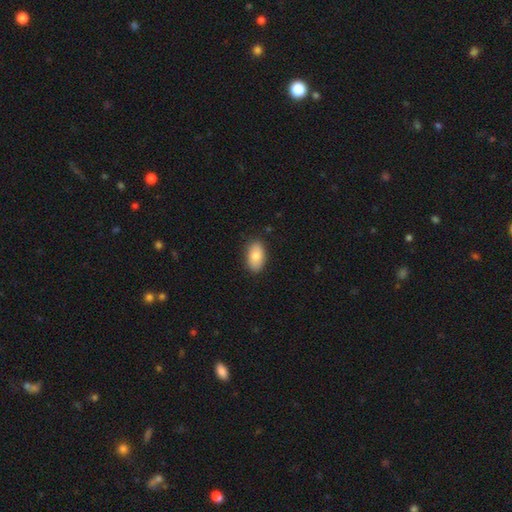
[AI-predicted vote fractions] A smooth galaxy with no disk features (81%) that is in between round and cigar-shaped (93%).

Vote fractions:
- Smooth or featured? smooth: 81% / featured or disk: 13% / star or artifact: 6%
- How rounded? in between: 93% / round: 5% / cigar-shaped: 2%
- Merging? none: 87% / minor disturbance: 11% / major disturbance: 2% / merger: 1%